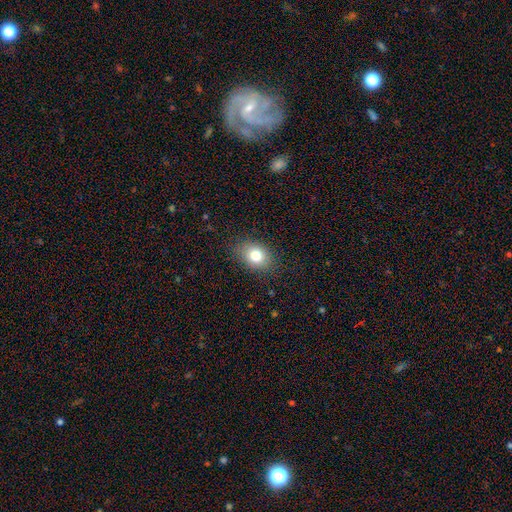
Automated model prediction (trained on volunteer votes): Smooth or featured: smooth — 79% (featured or disk — 11%)
How rounded: in between — 64% (round — 35%)
Merging: none — 84% (minor disturbance — 11%)